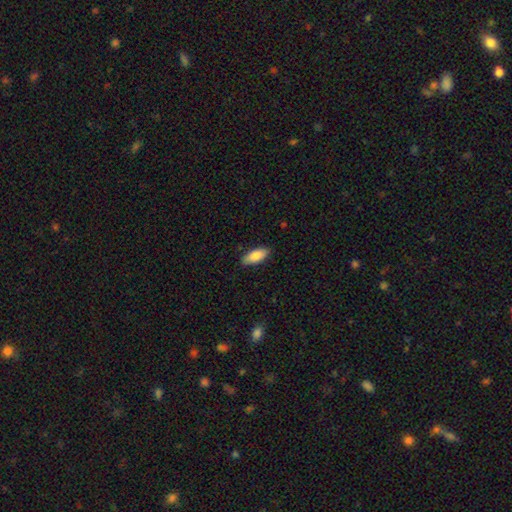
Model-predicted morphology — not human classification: This appears to be a smooth galaxy with no disk features (86%) that is in between round and cigar-shaped (80%). Merging: none (87%).